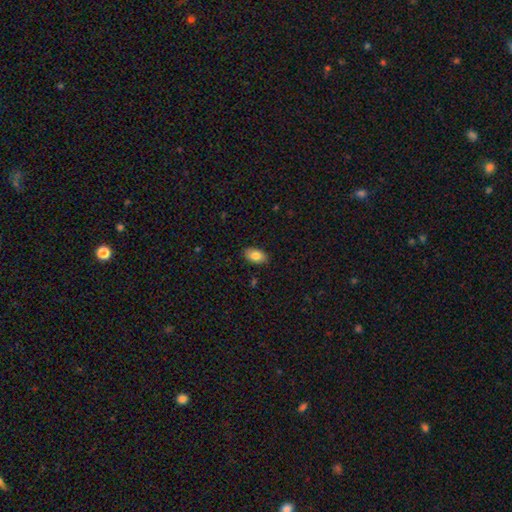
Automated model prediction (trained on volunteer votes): Smooth or featured? Predicted: smooth (p=0.82). How rounded? Predicted: in between (p=0.92). Merging? Predicted: none (p=0.87).